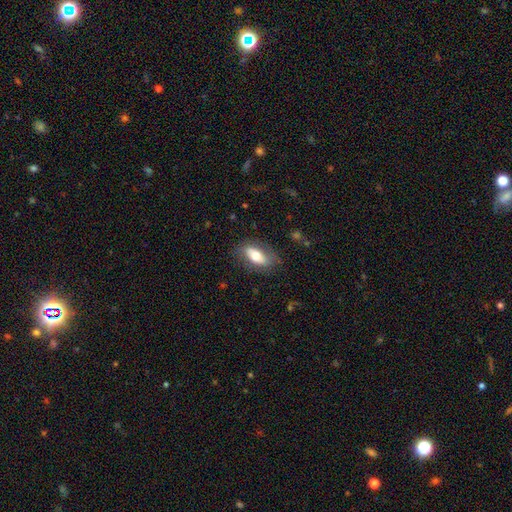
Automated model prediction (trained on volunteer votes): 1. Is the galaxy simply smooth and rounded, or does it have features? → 63% smooth, 31% featured or disk, 7% star or artifact.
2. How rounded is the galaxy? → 83% in between, 13% cigar-shaped, 4% round.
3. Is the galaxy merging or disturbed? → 76% none, 16% minor disturbance, 6% major disturbance, 1% merger.